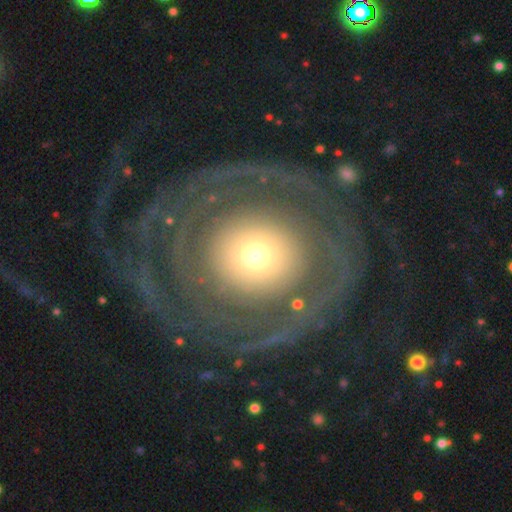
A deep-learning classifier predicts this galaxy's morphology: Smooth or featured? featured or disk (77%)
Edge-on disk? no (96%)
Bar? no (86%)
Spiral arms? yes (73%)
Spiral winding? tight (67%)
Spiral arm count? can't tell (33%)
Bulge size? small (47%)
Merging? none (69%)